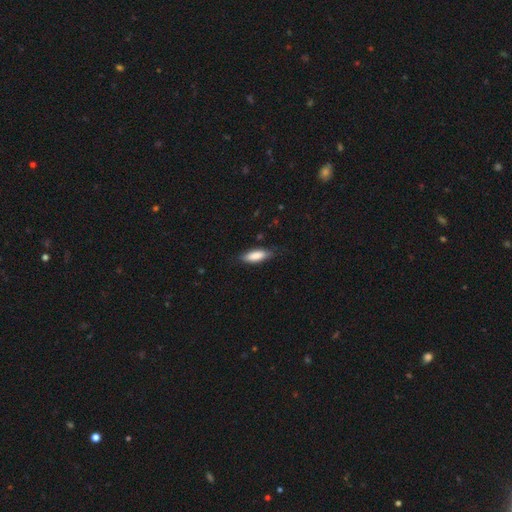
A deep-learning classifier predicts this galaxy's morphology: A smooth galaxy with no disk features (85%) that is in between round and cigar-shaped (66%).

Vote fractions:
- Smooth or featured? smooth: 85% / featured or disk: 10% / star or artifact: 6%
- How rounded? in between: 66% / cigar-shaped: 32% / round: 2%
- Merging? none: 77% / minor disturbance: 19% / major disturbance: 4% / merger: 1%